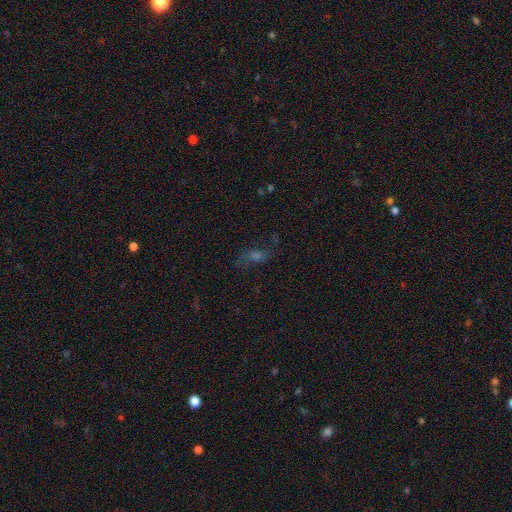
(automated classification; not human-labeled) Morphology: type=featured or disk (50%); edge-on=no (86%); merging=none (70%).